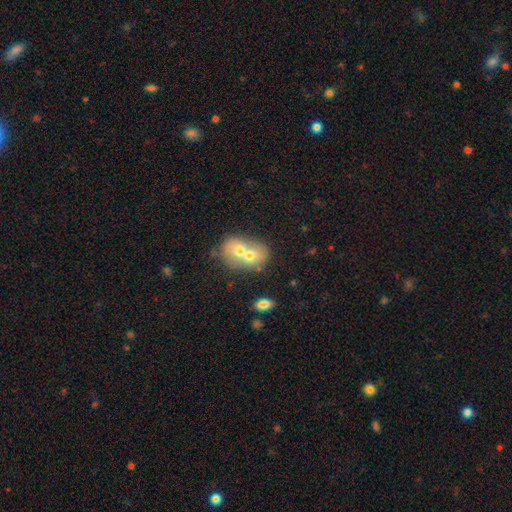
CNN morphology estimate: Q: Smooth or featured?
A: smooth (62%); runner-up: featured or disk (28%)
Q: How rounded?
A: round (50%); runner-up: in between (49%)
Q: Merging?
A: merger (76%); runner-up: none (16%)